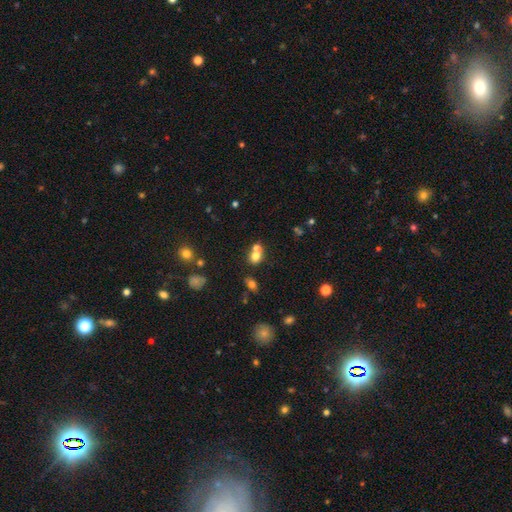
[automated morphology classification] This is likely a smooth galaxy (71%). How rounded: likely round (66%). Merging: possibly merger (52%).